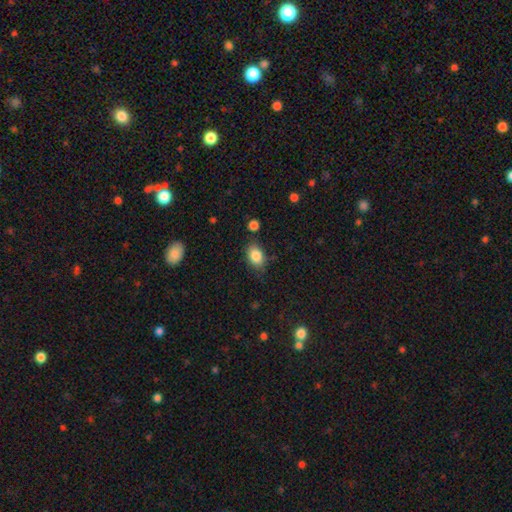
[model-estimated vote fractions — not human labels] This appears to be a smooth galaxy with no disk features (86%) that is in between round and cigar-shaped (82%). Merging: none (76%).